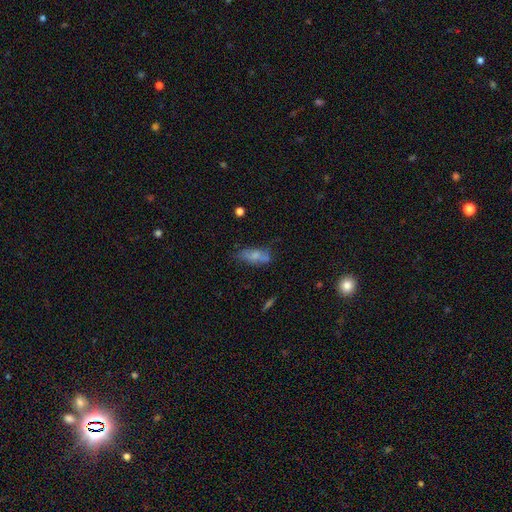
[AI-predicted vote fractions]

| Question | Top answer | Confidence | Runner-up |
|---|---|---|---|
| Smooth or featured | smooth | 66% | featured or disk (24%) |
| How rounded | in between | 74% | cigar-shaped (23%) |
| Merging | none | 54% | minor disturbance (28%) |